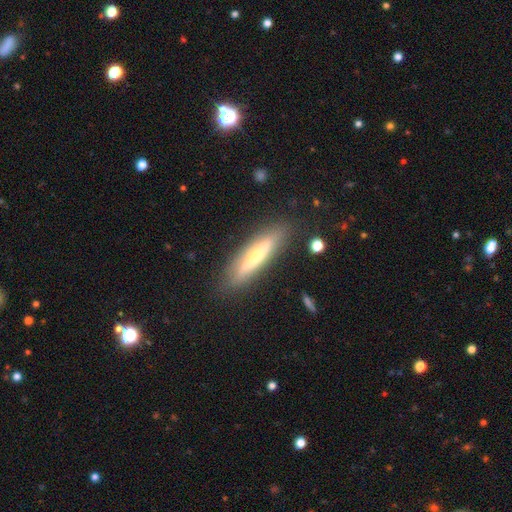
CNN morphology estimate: Smooth or featured? featured or disk (49%)
Merging? none (84%)